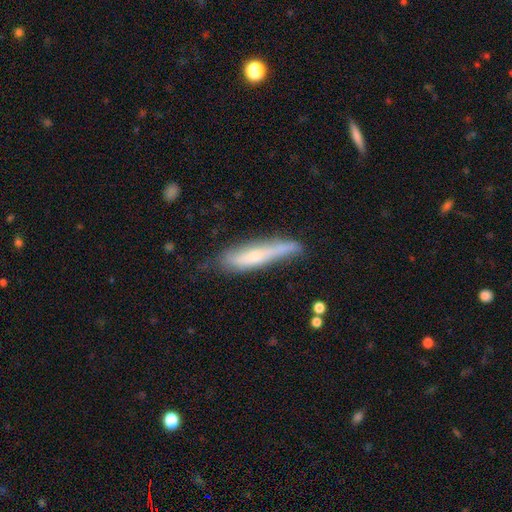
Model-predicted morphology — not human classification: A smooth galaxy with no disk features (53%) that is cigar-shaped (86%). Merging: none (54%).